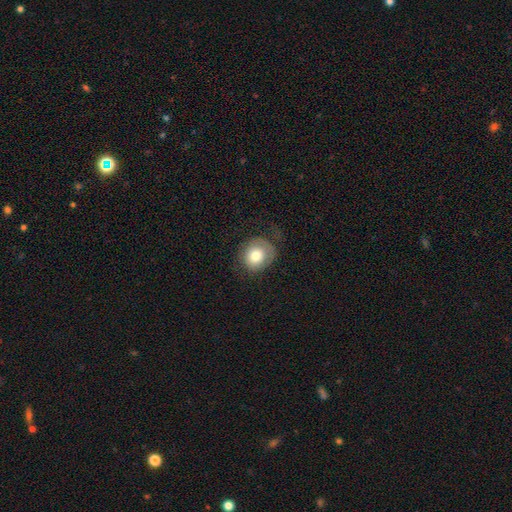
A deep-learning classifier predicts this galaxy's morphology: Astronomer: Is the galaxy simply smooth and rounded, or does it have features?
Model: smooth — 73%.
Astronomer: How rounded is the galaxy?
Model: round — 79%.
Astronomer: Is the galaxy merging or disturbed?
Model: none — 61%.